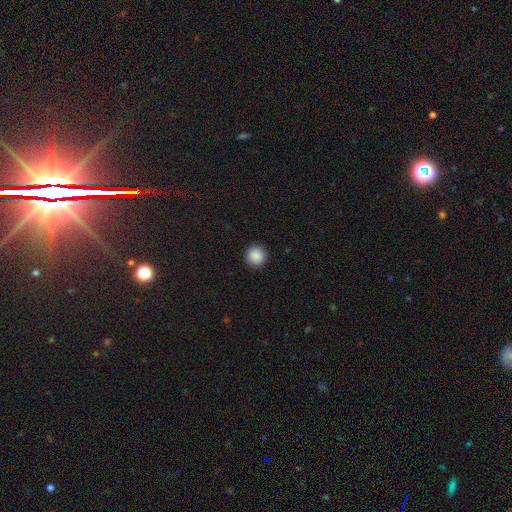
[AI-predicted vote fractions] Smooth or featured: smooth — 89% (star or artifact — 9%)
How rounded: round — 95% (in between — 4%)
Merging: none — 93% (minor disturbance — 5%)